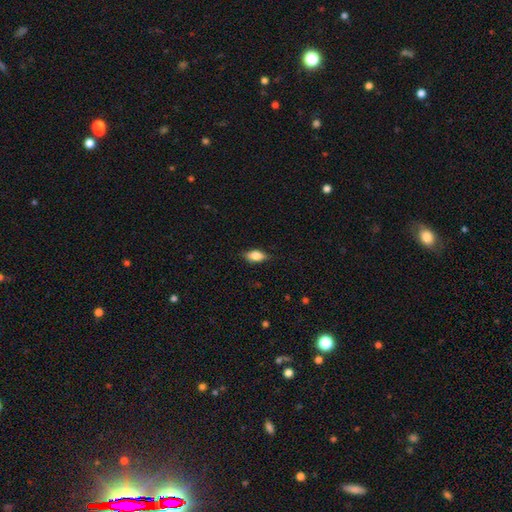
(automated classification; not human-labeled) smooth_or_featured: smooth (p=0.77) [alt: featured or disk p=0.15]
how_rounded: in between (p=0.86) [alt: cigar-shaped p=0.09]
merging: none (p=0.82) [alt: minor disturbance p=0.14]